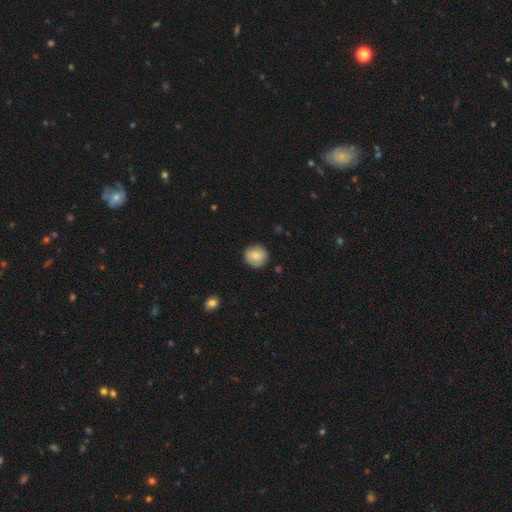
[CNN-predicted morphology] Smooth or featured?
  - smooth: 80% *
  - featured or disk: 13%
  - star or artifact: 8%
How rounded?
  - round: 91% *
  - in between: 8%
  - cigar-shaped: 1%
Merging?
  - none: 87% *
  - minor disturbance: 10%
  - major disturbance: 2%
  - merger: 1%